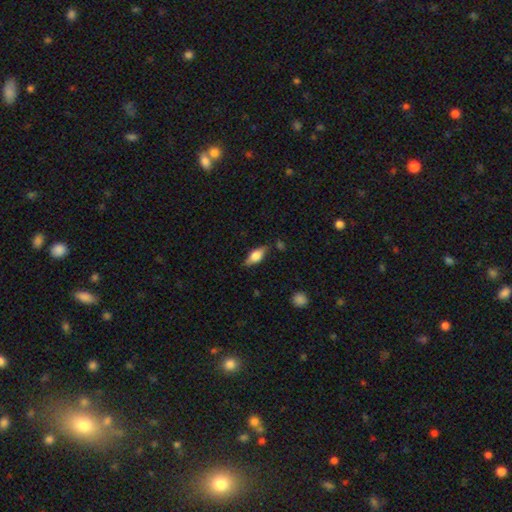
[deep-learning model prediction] Q: Smooth or featured?
A: smooth (56%); runner-up: featured or disk (37%)
Q: How rounded?
A: in between (74%); runner-up: cigar-shaped (22%)
Q: Merging?
A: none (78%); runner-up: minor disturbance (16%)